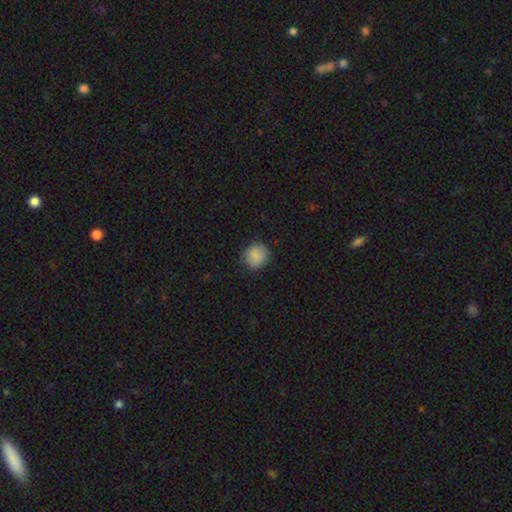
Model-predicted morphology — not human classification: Smooth or featured: smooth — 87% (star or artifact — 8%)
How rounded: round — 90% (in between — 10%)
Merging: none — 86% (minor disturbance — 10%)